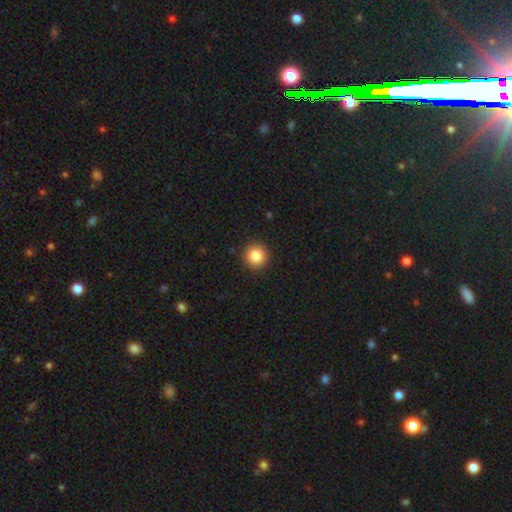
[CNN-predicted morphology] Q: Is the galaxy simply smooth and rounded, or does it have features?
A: smooth — 86%.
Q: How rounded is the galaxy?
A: round — 95%.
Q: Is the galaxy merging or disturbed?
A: none — 92%.